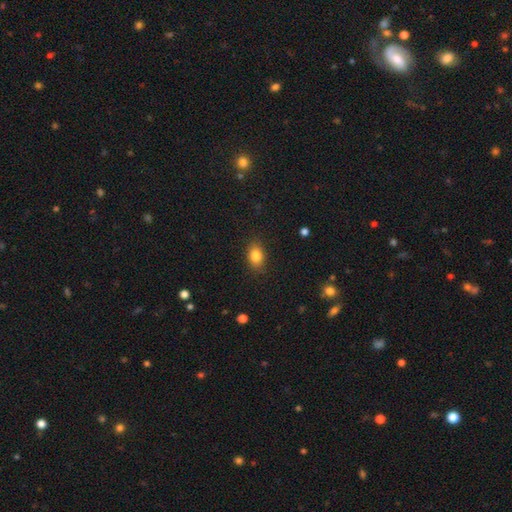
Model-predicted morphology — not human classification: This is clearly a smooth galaxy (83%). How rounded: likely in between (77%). Merging: clearly none (85%).